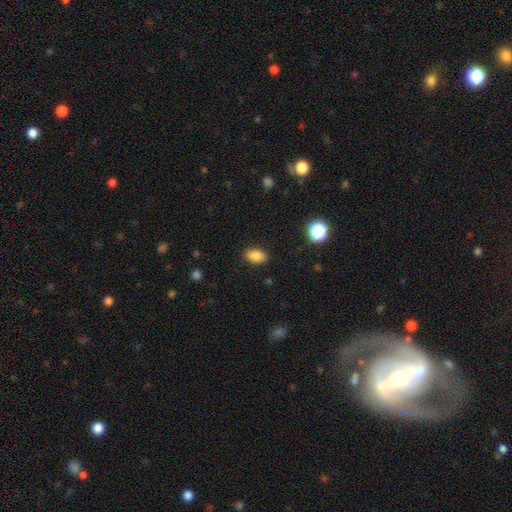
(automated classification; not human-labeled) This appears to be a smooth galaxy with no disk features (86%) that is in between round and cigar-shaped (89%). Merging: none (87%).